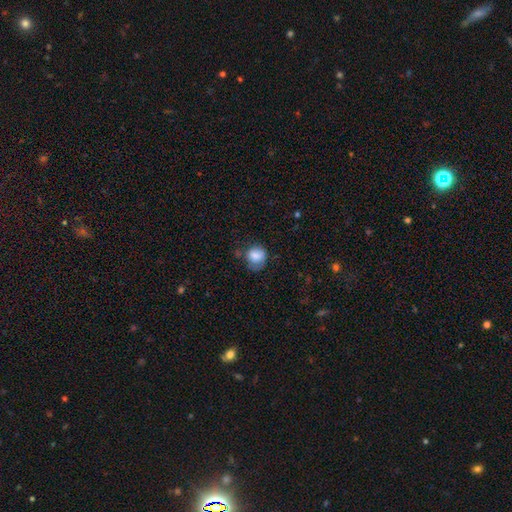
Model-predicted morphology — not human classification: Smooth or featured? smooth (82%)
How rounded? round (71%)
Merging? none (51%)